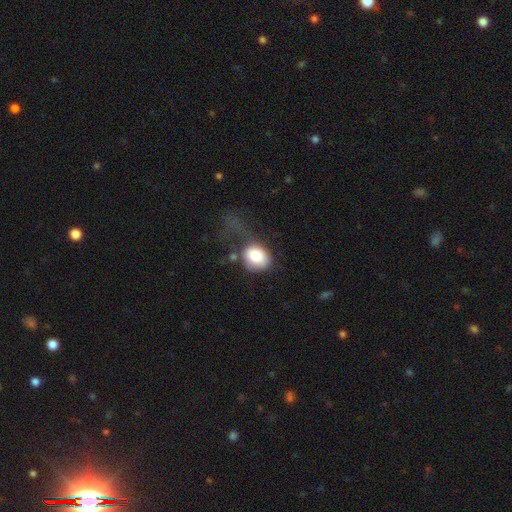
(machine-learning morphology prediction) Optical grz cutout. It shows a smooth galaxy with no disk features (81%) that is round (52%). Merging: major disturbance (35%, tied with none).